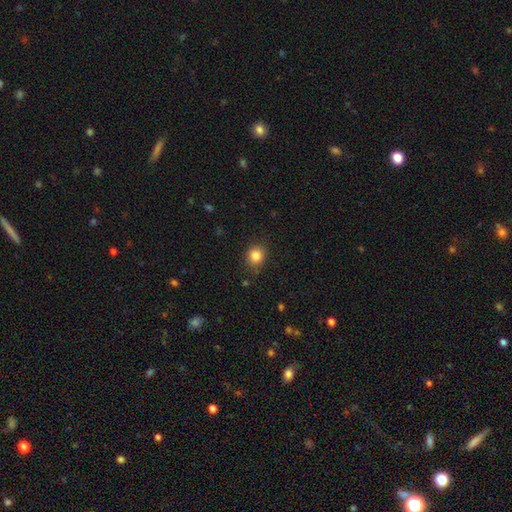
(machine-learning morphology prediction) Smooth or featured?
  - smooth: 84% *
  - star or artifact: 11%
  - featured or disk: 5%
How rounded?
  - round: 77% *
  - in between: 22%
  - cigar-shaped: 1%
Merging?
  - none: 86% *
  - minor disturbance: 10%
  - major disturbance: 3%
  - merger: 1%